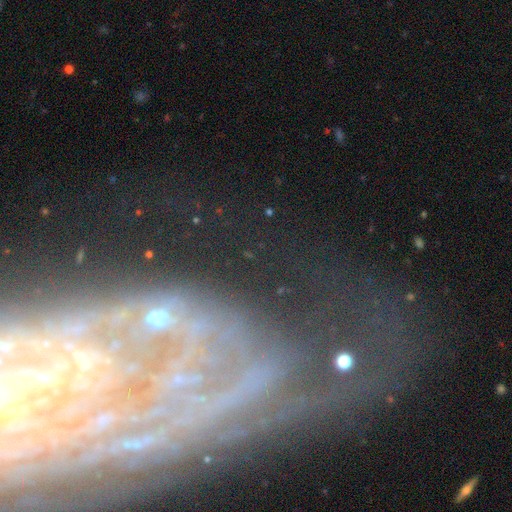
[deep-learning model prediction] Morphology: type=featured or disk (67%); edge-on=no (90%); bar=no (61%); spiral arms=yes (78%); bulge=small (49%); merging=none (54%).